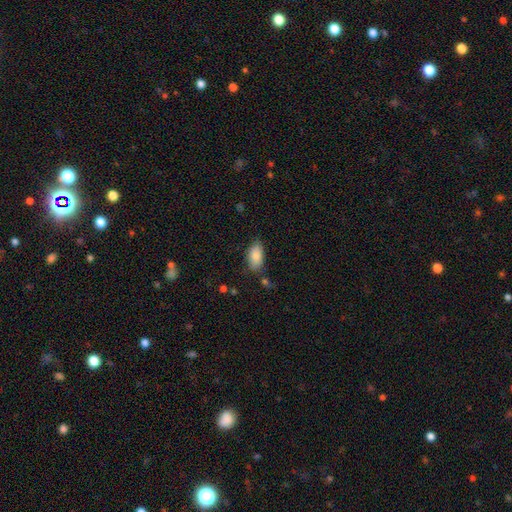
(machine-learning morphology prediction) smooth 86%, featured or disk 7%, star or artifact 7%. Down the decision tree: how rounded — in between (93%); merging — none (75%).